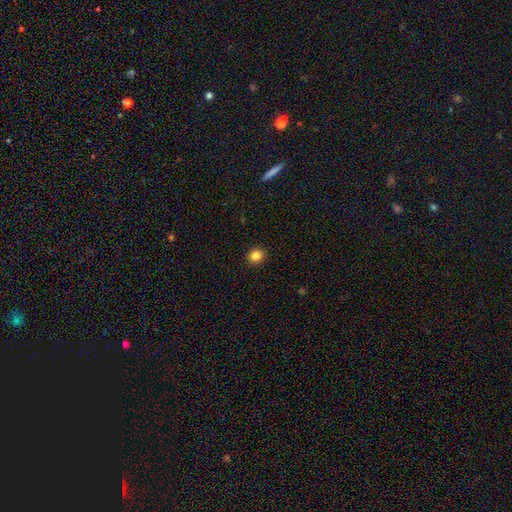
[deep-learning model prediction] A smooth galaxy with no disk features (84%) that is round (86%).

Vote fractions:
- Smooth or featured? smooth: 84% / star or artifact: 12% / featured or disk: 5%
- How rounded? round: 86% / in between: 13% / cigar-shaped: 1%
- Merging? none: 92% / minor disturbance: 5% / major disturbance: 2% / merger: 1%